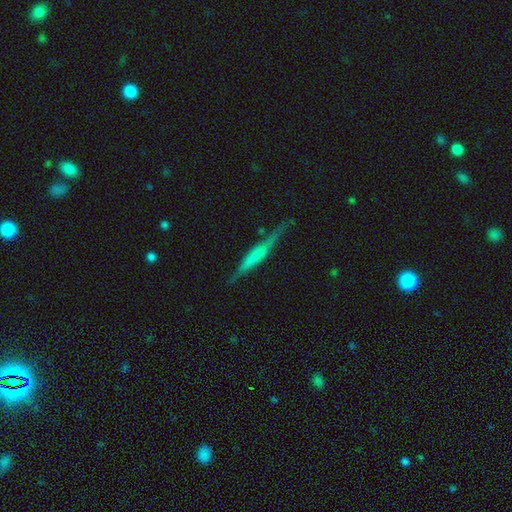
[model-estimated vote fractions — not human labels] Smooth or featured?
  - featured or disk: 59% *
  - smooth: 34%
  - star or artifact: 7%
Edge-on disk?
  - yes: 96% *
  - no: 4%
Edge-on bulge?
  - boxy: 39% *
  - none: 33%
  - rounded: 28%
Merging?
  - none: 78% *
  - minor disturbance: 16%
  - major disturbance: 4%
  - merger: 2%